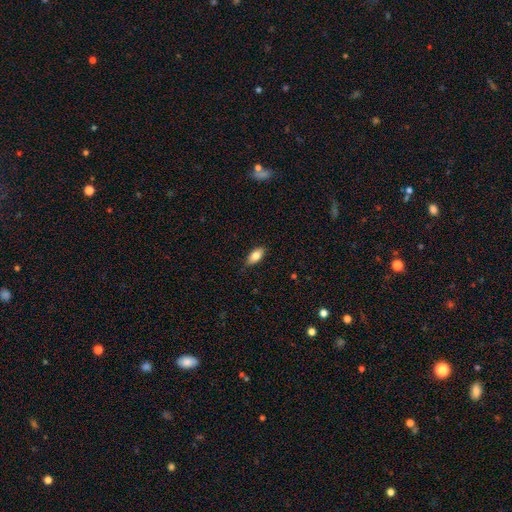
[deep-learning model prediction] smooth_or_featured: smooth (p=0.81) [alt: featured or disk p=0.13]
how_rounded: in between (p=0.89) [alt: cigar-shaped p=0.08]
merging: none (p=0.83) [alt: minor disturbance p=0.13]